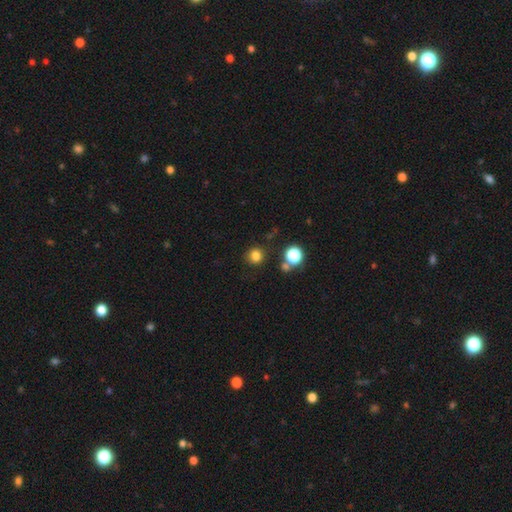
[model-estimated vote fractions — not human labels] This is clearly a smooth galaxy (80%). How rounded: clearly round (88%). Merging: clearly none (84%).